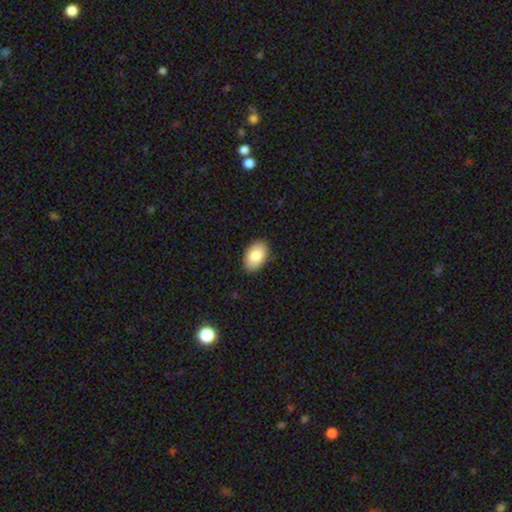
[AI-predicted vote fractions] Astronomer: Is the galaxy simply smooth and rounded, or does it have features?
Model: smooth — 83%.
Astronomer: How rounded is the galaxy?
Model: in between — 91%.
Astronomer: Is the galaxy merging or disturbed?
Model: none — 85%.